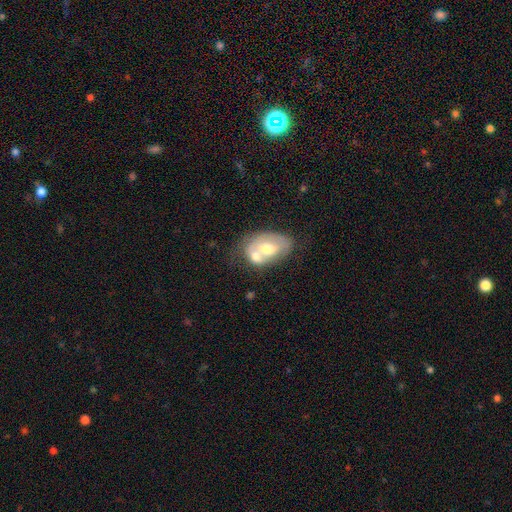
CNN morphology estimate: smooth-or-featured: smooth: 50% | featured or disk: 44% | star or artifact: 6%
  merging: merger: 58% | none: 20% | minor disturbance: 13% | major disturbance: 8%